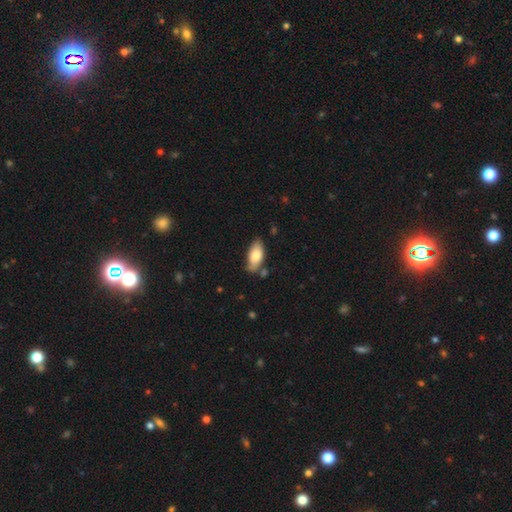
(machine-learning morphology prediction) Smooth or featured? Predicted: smooth (p=0.79). How rounded? Predicted: in between (p=0.88). Merging? Predicted: none (p=0.64).